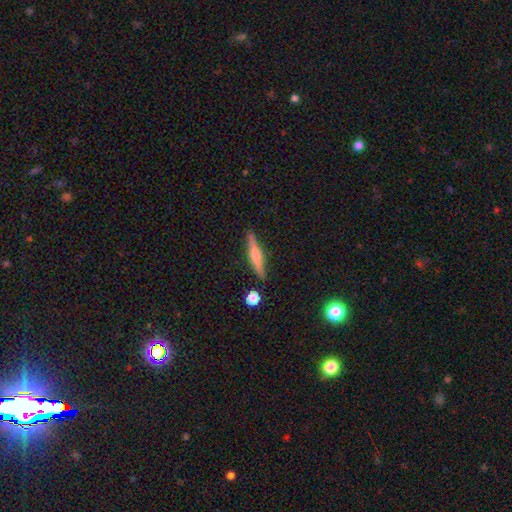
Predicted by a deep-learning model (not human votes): This is possibly a featured or disk galaxy (50%). It is clearly viewed edge-on (96%). Merging: clearly none (84%).